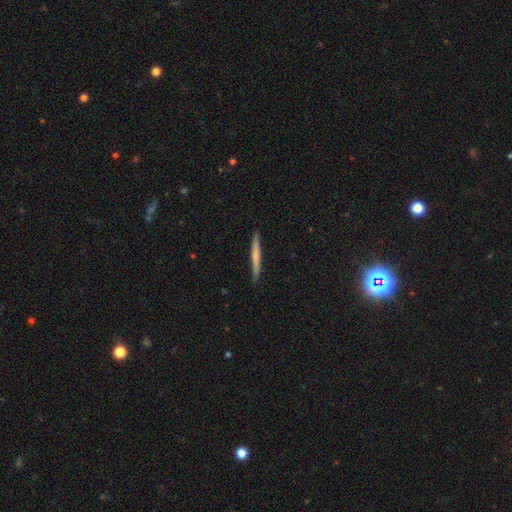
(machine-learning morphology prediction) Q: Smooth or featured?
A: smooth (57%); runner-up: featured or disk (37%)
Q: How rounded?
A: cigar-shaped (96%); runner-up: in between (2%)
Q: Merging?
A: none (90%); runner-up: minor disturbance (8%)